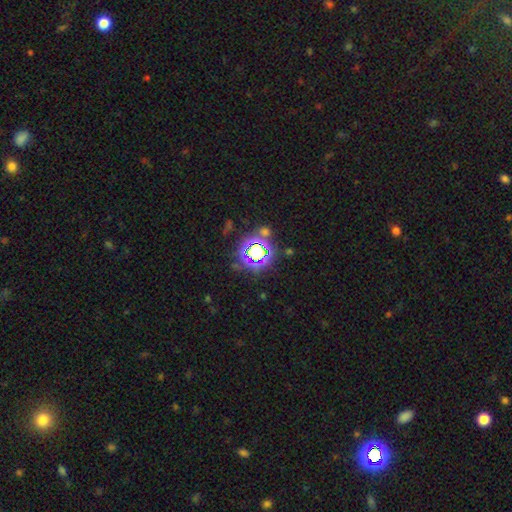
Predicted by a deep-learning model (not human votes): smooth-or-featured: star or artifact: 67% | smooth: 22% | featured or disk: 11%